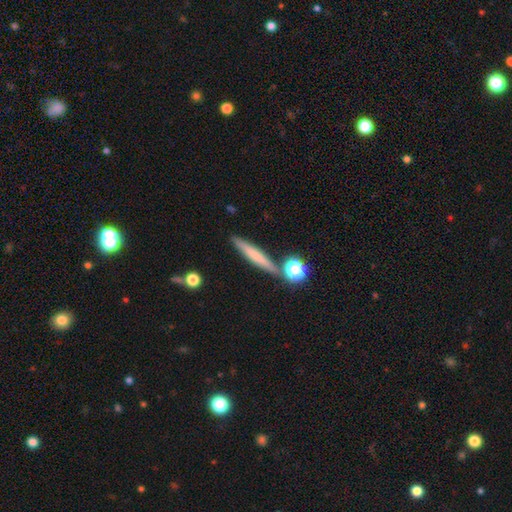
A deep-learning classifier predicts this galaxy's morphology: Smooth or featured?
  - smooth: 59% *
  - featured or disk: 32%
  - star or artifact: 9%
How rounded?
  - cigar-shaped: 89% *
  - in between: 7%
  - round: 4%
Merging?
  - none: 78% *
  - minor disturbance: 10%
  - merger: 9%
  - major disturbance: 3%